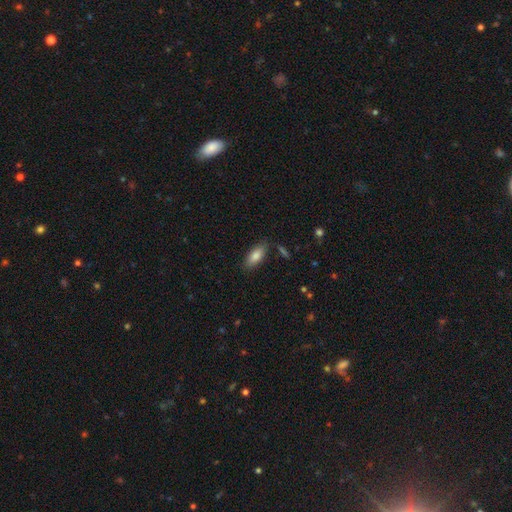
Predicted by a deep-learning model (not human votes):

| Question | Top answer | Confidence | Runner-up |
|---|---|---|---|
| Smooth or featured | smooth | 83% | featured or disk (10%) |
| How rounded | in between | 81% | cigar-shaped (17%) |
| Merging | none | 83% | minor disturbance (12%) |